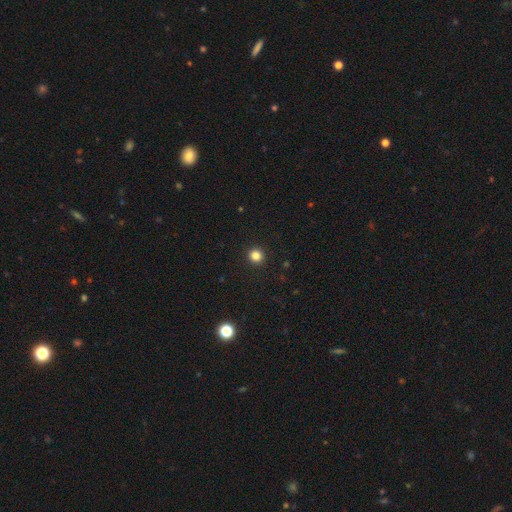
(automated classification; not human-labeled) Smooth or featured? smooth (83%)
How rounded? round (93%)
Merging? none (93%)